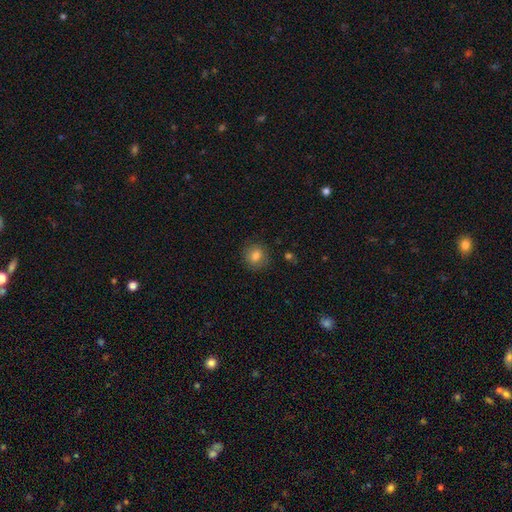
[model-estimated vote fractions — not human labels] Smooth or featured: smooth — 82% (star or artifact — 10%)
How rounded: round — 78% (in between — 21%)
Merging: none — 85% (minor disturbance — 10%)